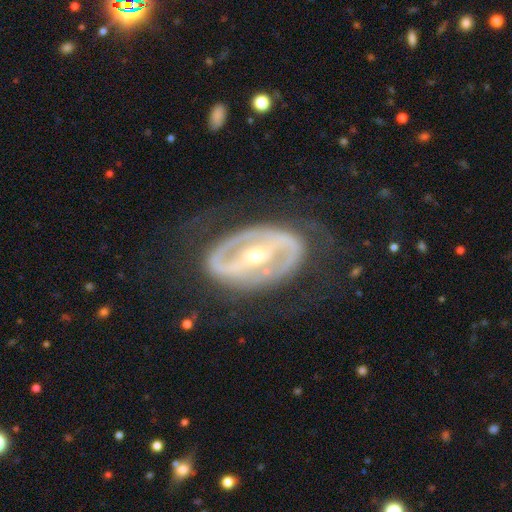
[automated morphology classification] Smooth or featured?
  - featured or disk: 85% *
  - smooth: 10%
  - star or artifact: 5%
Edge-on disk?
  - no: 93% *
  - yes: 7%
Bar?
  - strong: 65% *
  - weak: 21%
  - no: 13%
Spiral arms?
  - yes: 60% *
  - no: 40%
Bulge size?
  - small: 51% *
  - moderate: 45%
  - large: 2%
  - none: 1%
  - dominant: 1%
Merging?
  - none: 69% *
  - minor disturbance: 16%
  - major disturbance: 14%
  - merger: 1%